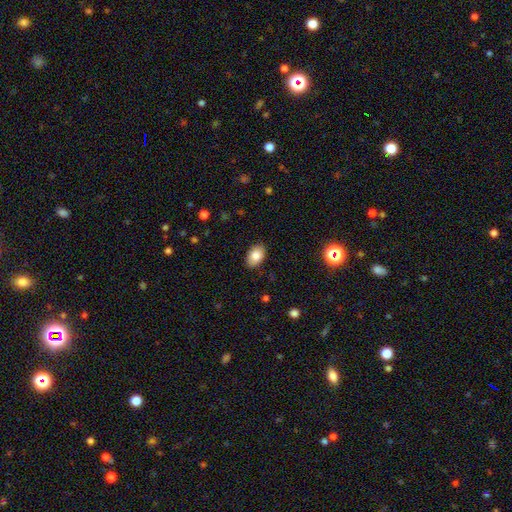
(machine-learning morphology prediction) Smooth or featured? Predicted: smooth (p=0.84). How rounded? Predicted: in between (p=0.88). Merging? Predicted: none (p=0.87).